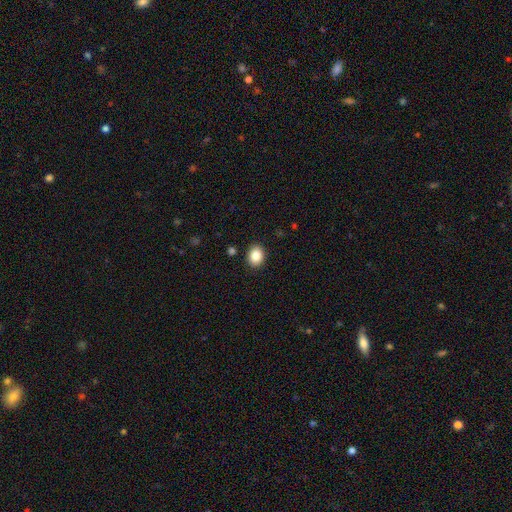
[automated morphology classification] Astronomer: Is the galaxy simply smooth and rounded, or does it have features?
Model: smooth — 87%.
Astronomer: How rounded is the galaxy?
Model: in between — 55% (runner-up: round, 44%).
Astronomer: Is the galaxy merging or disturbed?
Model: none — 90%.